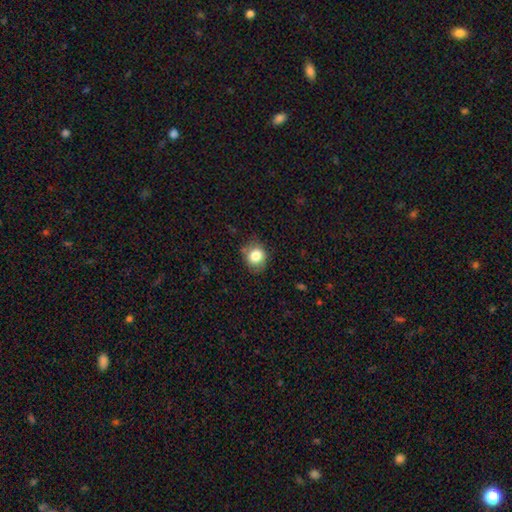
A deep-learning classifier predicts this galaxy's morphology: Overall: smooth (81%). How rounded: round (71%). Merging: none (76%).